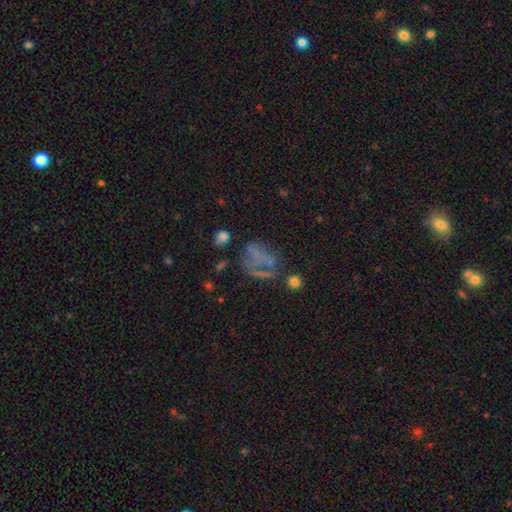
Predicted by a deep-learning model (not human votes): The model was most divided on "smooth or featured": smooth: 41%, featured or disk: 34%, star or artifact: 24%. Remaining: merging — none (39%).